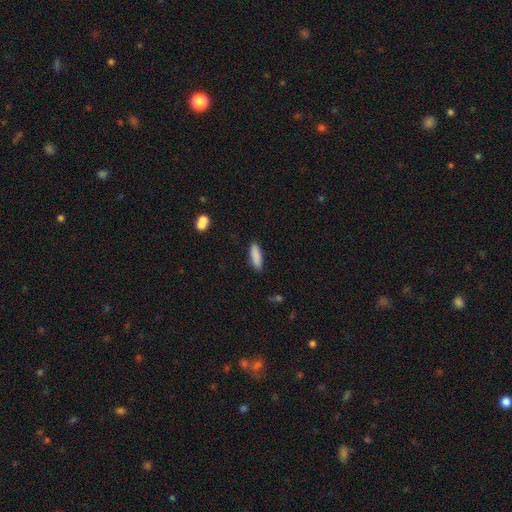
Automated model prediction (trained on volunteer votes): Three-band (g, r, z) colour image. It shows a smooth galaxy with no disk features (87%) that is cigar-shaped (54%). Merging: none (86%).